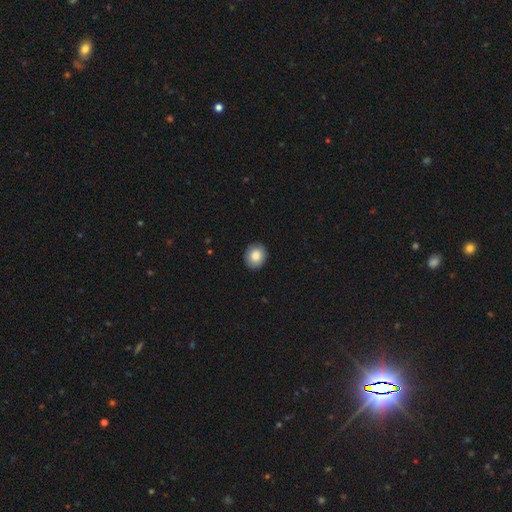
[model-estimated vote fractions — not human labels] A smooth galaxy with no disk features (85%) that is round (68%). Merging: none (88%).